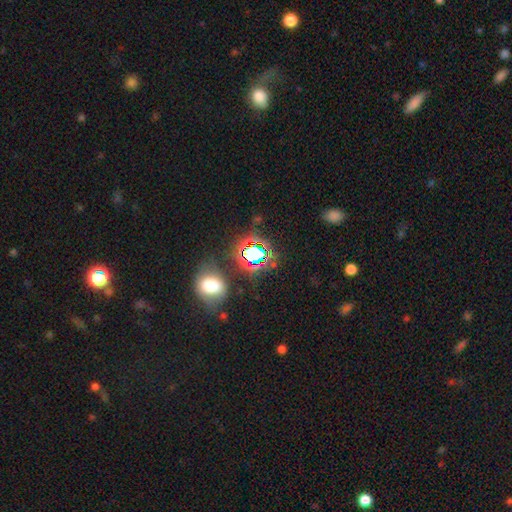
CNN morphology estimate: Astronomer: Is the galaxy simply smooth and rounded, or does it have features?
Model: star or artifact — 64%.